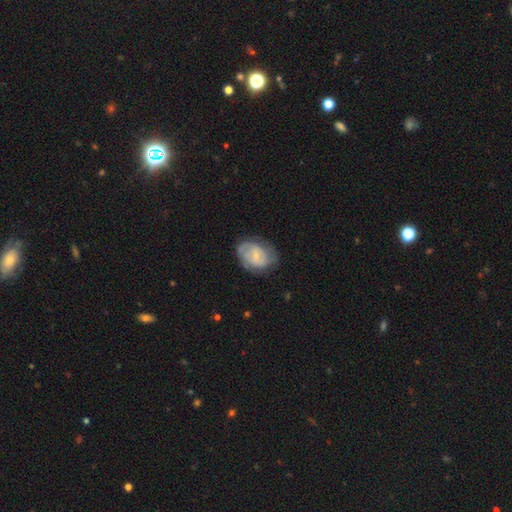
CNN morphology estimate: The model was most divided on "bar" (2-way tie): no: 46%, weak: 46%, strong: 9%. More confident: edge-on disk — no (97%); spiral arms — yes (81%); bulge size — small (68%); merging — none (65%); smooth or featured — featured or disk (63%).